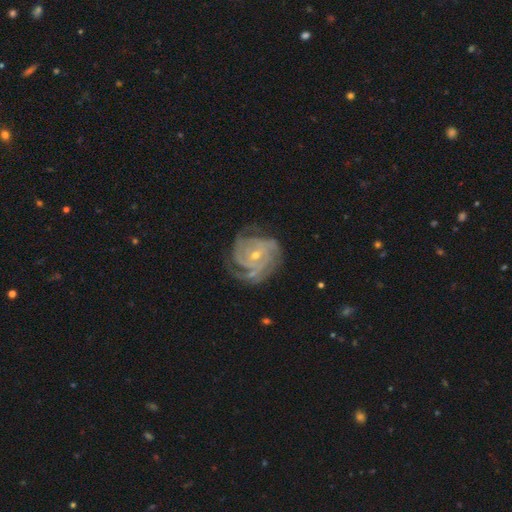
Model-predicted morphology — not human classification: The model was most divided on "spiral arm count": 3: 36%, 4: 23%, can't tell: 16%, 2: 13%, more than 4: 6%, 1: 6%. More confident: edge-on disk — no (98%); spiral arms — yes (98%); smooth or featured — featured or disk (89%); spiral winding — tight (72%); merging — none (70%); bar — no (64%); bulge size — small (56%).